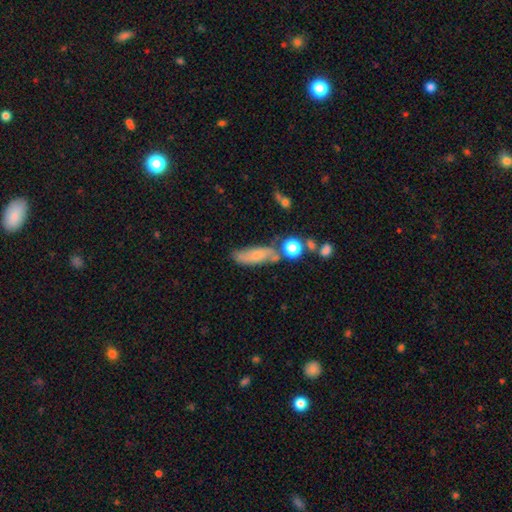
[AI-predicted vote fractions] This appears to be a smooth galaxy with no disk features (59%) that is in between round and cigar-shaped (55%). Merging: none (56%).